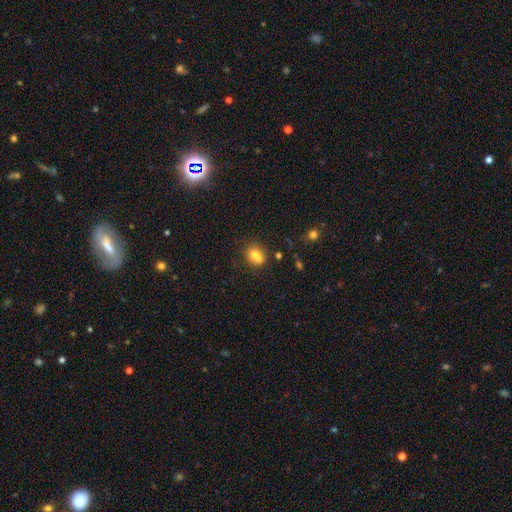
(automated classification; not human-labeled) Morphology: type=smooth (72%); roundness=round (57%); merging=merger (42%).